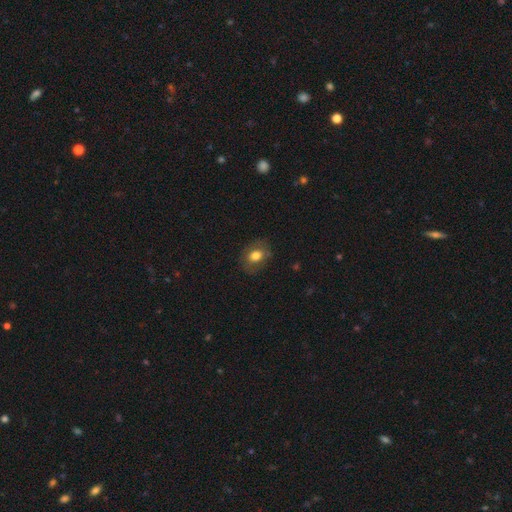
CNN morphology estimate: A smooth galaxy with no disk features (73%) that is in between round and cigar-shaped (59%). Merging: none (79%).